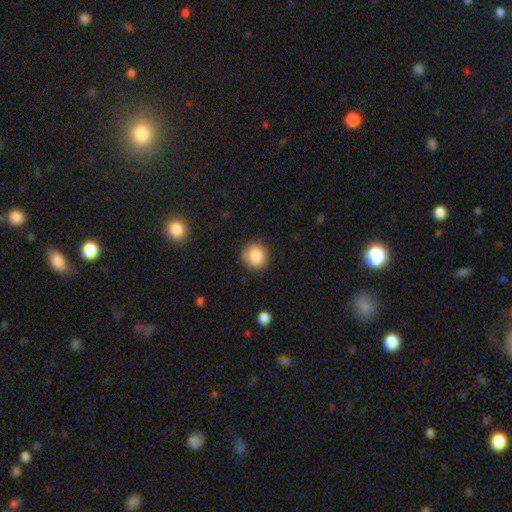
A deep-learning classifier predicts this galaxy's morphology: Q: Smooth or featured?
A: smooth (86%); runner-up: star or artifact (9%)
Q: How rounded?
A: round (90%); runner-up: in between (9%)
Q: Merging?
A: none (86%); runner-up: minor disturbance (11%)